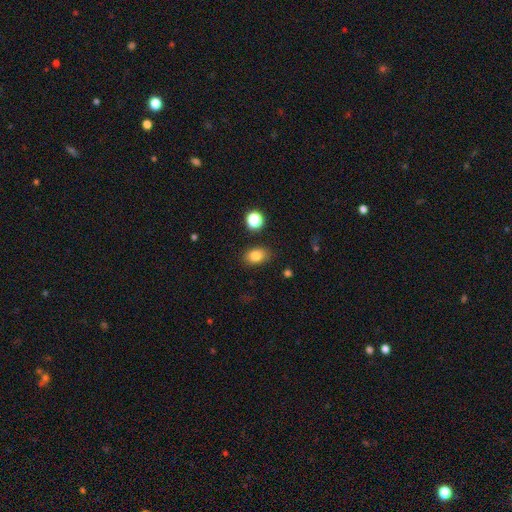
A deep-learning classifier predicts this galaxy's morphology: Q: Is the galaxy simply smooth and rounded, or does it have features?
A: smooth — 81%.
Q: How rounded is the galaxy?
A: in between — 74%.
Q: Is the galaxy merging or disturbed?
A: none — 84%.